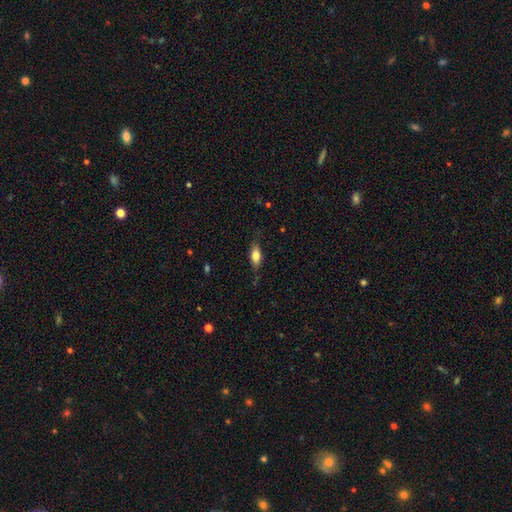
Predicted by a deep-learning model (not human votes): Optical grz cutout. It shows a smooth galaxy with no disk features (74%) that is in between round and cigar-shaped (80%). Merging: none (73%).